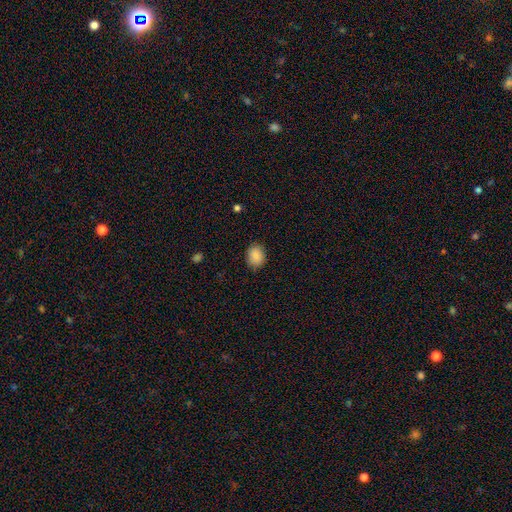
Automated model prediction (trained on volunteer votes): Smooth or featured: smooth — 88% (star or artifact — 8%)
How rounded: round — 55% (in between — 45%)
Merging: none — 84% (minor disturbance — 12%)